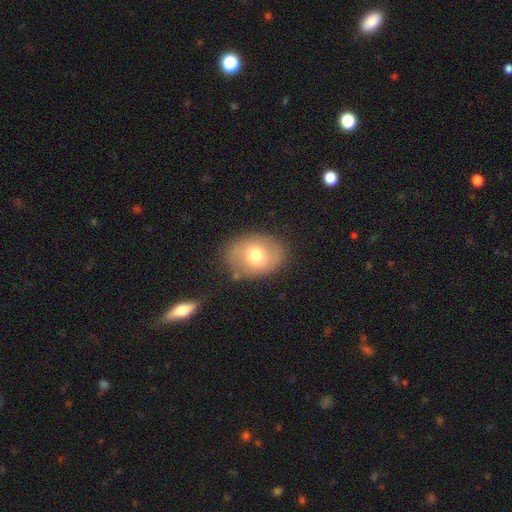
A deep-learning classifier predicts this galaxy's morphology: Overall: smooth (70%). How rounded: in between (66%; round 33%). Merging: none (77%).